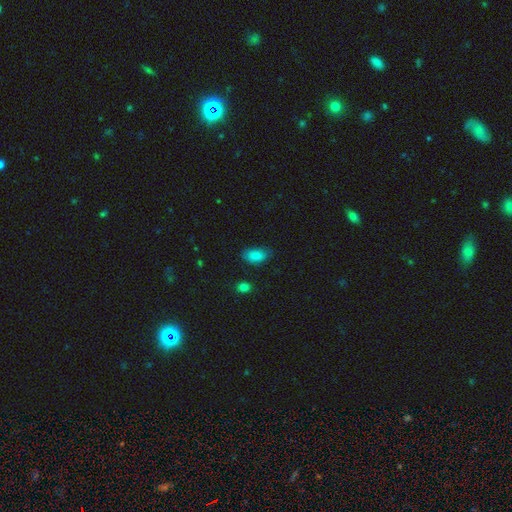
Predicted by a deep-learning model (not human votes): This is clearly a smooth galaxy (86%). How rounded: clearly in between (91%). Merging: likely none (76%).